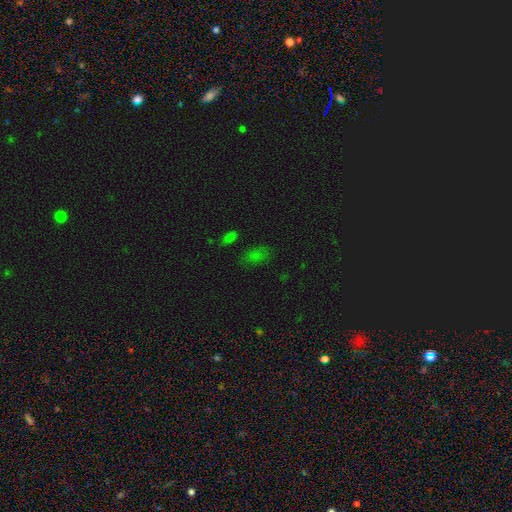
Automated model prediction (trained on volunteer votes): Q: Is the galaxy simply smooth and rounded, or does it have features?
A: smooth — 70%.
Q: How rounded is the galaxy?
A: in between — 85%.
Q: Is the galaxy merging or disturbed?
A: none — 71%.